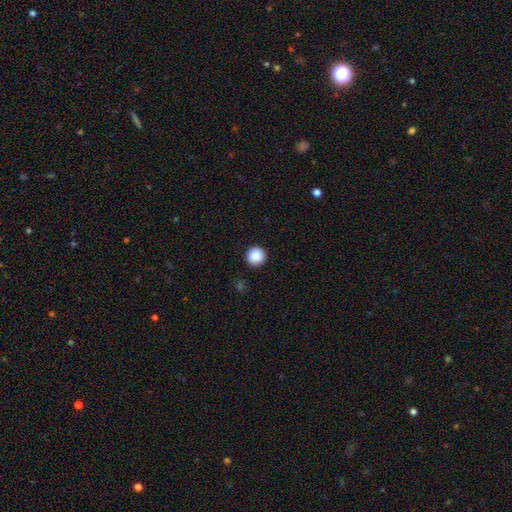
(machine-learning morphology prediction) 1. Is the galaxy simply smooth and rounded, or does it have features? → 89% smooth, 9% star or artifact, 2% featured or disk.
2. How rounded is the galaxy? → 96% round, 4% in between, 1% cigar-shaped.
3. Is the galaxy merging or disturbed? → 92% none, 5% minor disturbance, 2% major disturbance, 1% merger.